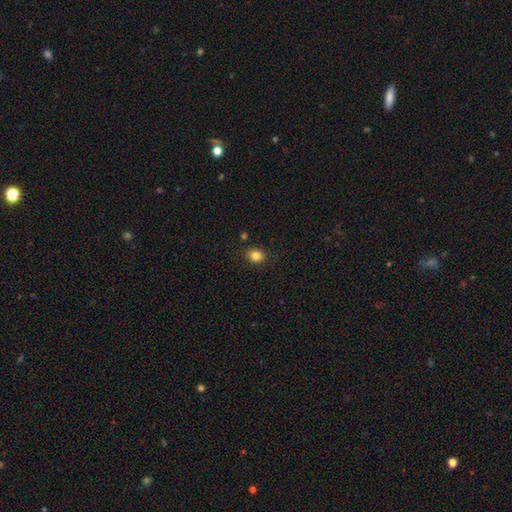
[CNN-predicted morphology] Smooth or featured: smooth — 83% (star or artifact — 11%)
How rounded: round — 58% (in between — 41%)
Merging: none — 86% (minor disturbance — 9%)